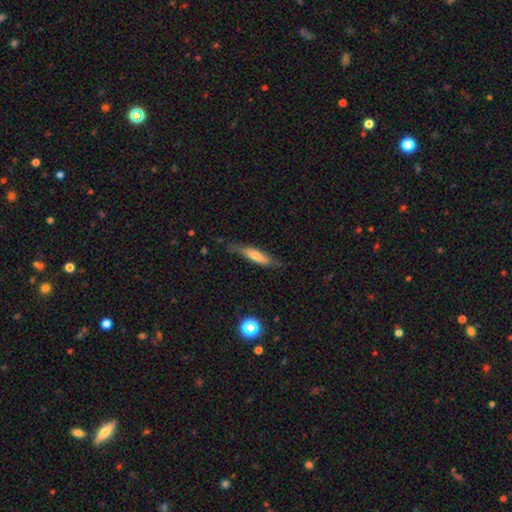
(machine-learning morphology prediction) Smooth or featured?
  - smooth: 60% *
  - featured or disk: 33%
  - star or artifact: 7%
How rounded?
  - cigar-shaped: 79% *
  - in between: 19%
  - round: 2%
Merging?
  - none: 70% *
  - minor disturbance: 22%
  - major disturbance: 6%
  - merger: 2%